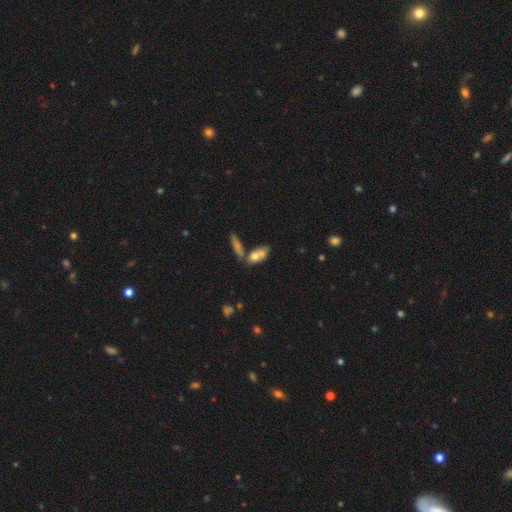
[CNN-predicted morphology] This appears to be a smooth galaxy with no disk features (66%) that is in between round and cigar-shaped (76%). Merging: merger (45%).